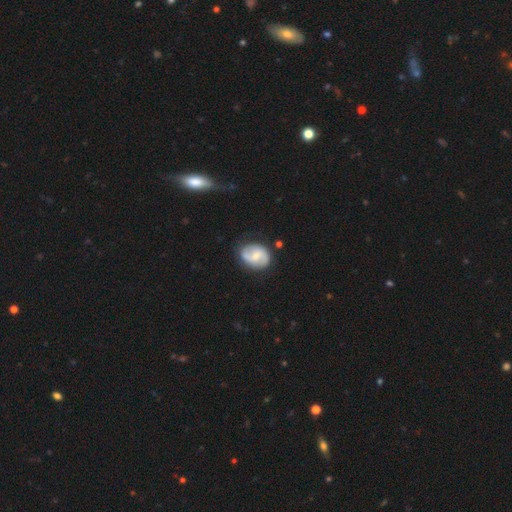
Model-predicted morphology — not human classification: The model was most divided on "bulge size": small: 45%, moderate: 43%, none: 8%, large: 3%, dominant: 1%. Remaining: edge-on disk — no (98%); spiral arms — yes (92%); spiral arm count — 2 (89%); merging — none (80%); smooth or featured — featured or disk (69%); bar — weak (49%); spiral winding — medium (45%).